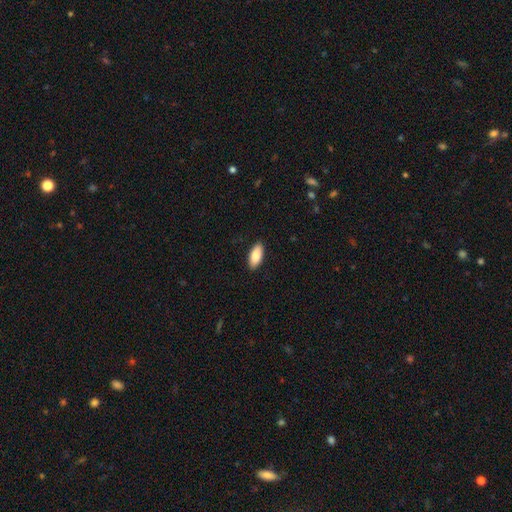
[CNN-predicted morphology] smooth-or-featured: smooth: 85% | featured or disk: 9% | star or artifact: 6%
  how-rounded: in between: 86% | cigar-shaped: 12% | round: 2%
  merging: none: 90% | minor disturbance: 8% | major disturbance: 2% | merger: 1%